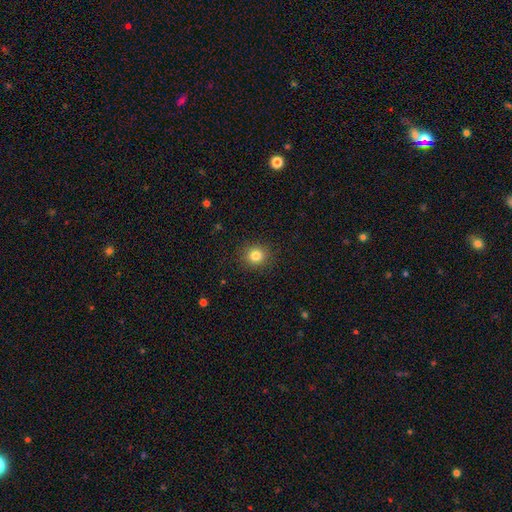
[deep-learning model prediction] Smooth or featured?
  - smooth: 83% *
  - star or artifact: 12%
  - featured or disk: 5%
How rounded?
  - round: 89% *
  - in between: 10%
  - cigar-shaped: 1%
Merging?
  - none: 90% *
  - minor disturbance: 6%
  - major disturbance: 2%
  - merger: 1%